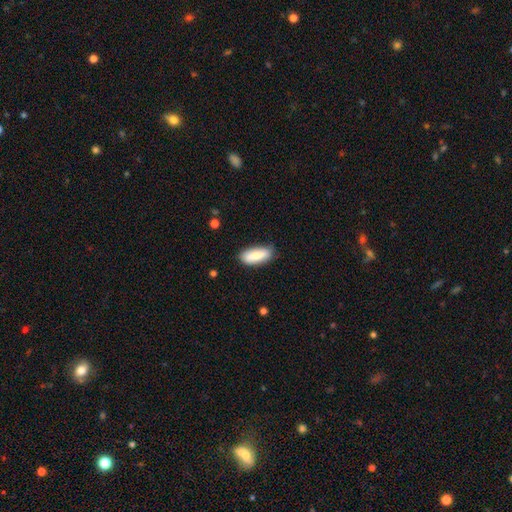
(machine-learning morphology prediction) This is clearly a smooth galaxy (81%). How rounded: likely in between (76%). Merging: clearly none (82%).